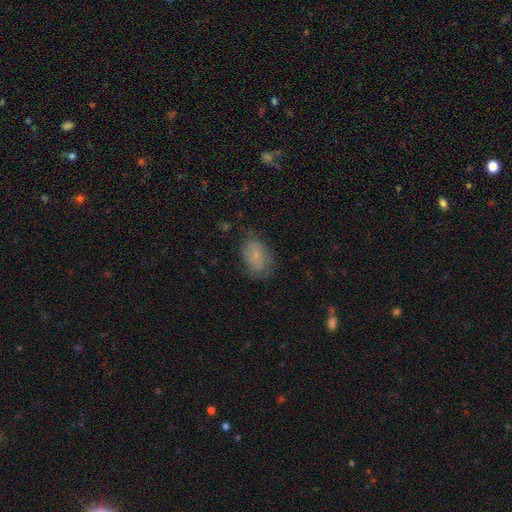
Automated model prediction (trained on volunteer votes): Smooth or featured?
  - smooth: 72% *
  - featured or disk: 19%
  - star or artifact: 9%
How rounded?
  - in between: 86% *
  - round: 13%
  - cigar-shaped: 2%
Merging?
  - none: 66% *
  - minor disturbance: 24%
  - major disturbance: 9%
  - merger: 2%